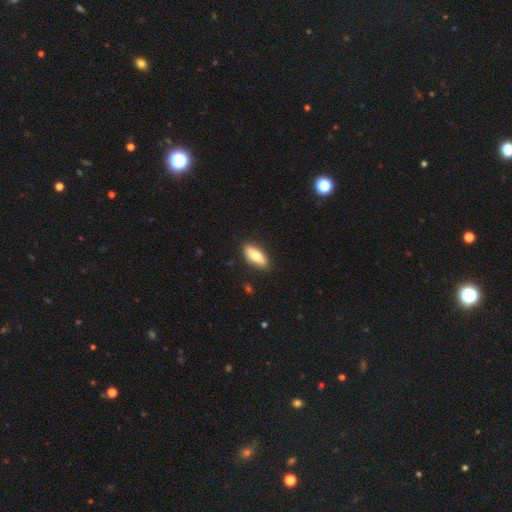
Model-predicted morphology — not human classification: Smooth or featured?
  - smooth: 72% *
  - featured or disk: 22%
  - star or artifact: 6%
How rounded?
  - in between: 80% *
  - cigar-shaped: 18%
  - round: 3%
Merging?
  - none: 87% *
  - minor disturbance: 10%
  - major disturbance: 2%
  - merger: 1%